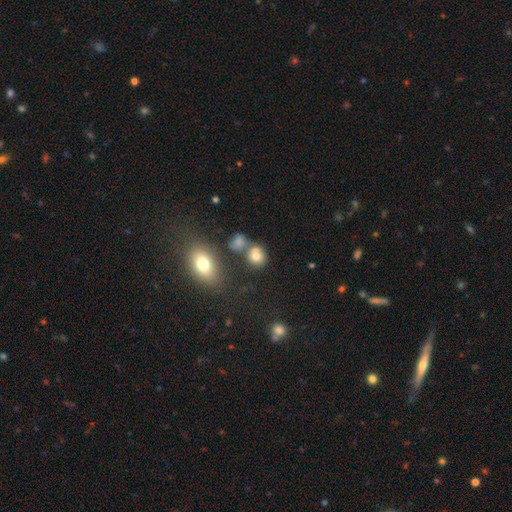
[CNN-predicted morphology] Smooth or featured? smooth (76%)
How rounded? round (75%)
Merging? none (56%)